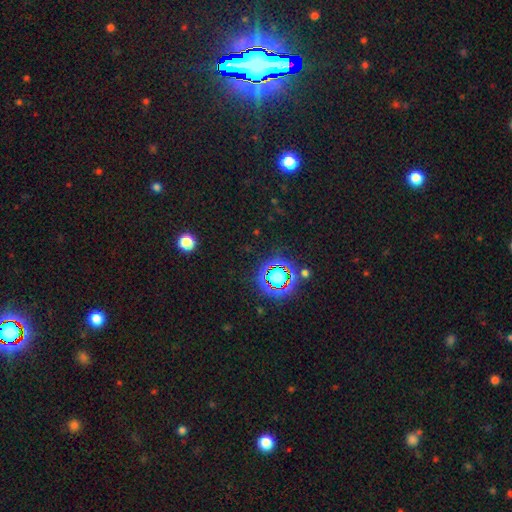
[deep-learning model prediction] Smooth or featured? star or artifact (83%)